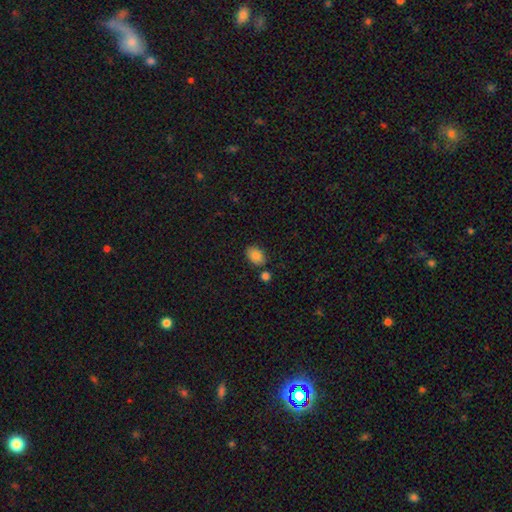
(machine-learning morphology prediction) Q: Smooth or featured?
A: smooth (85%); runner-up: star or artifact (9%)
Q: How rounded?
A: in between (80%); runner-up: round (19%)
Q: Merging?
A: none (76%); runner-up: minor disturbance (12%)